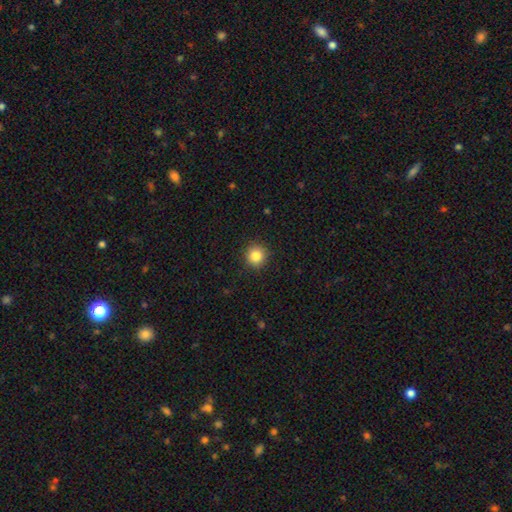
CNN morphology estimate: Smooth or featured? smooth (84%)
How rounded? round (93%)
Merging? none (91%)